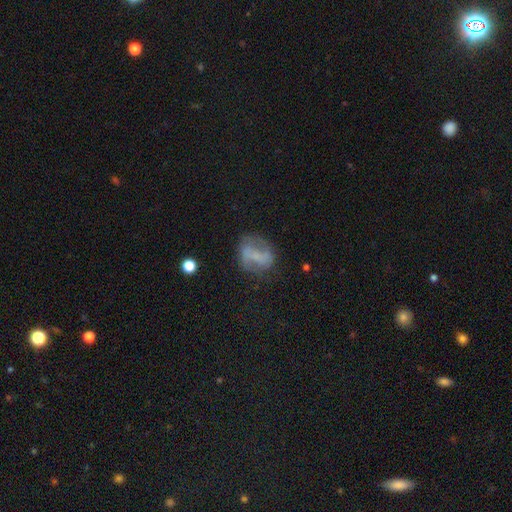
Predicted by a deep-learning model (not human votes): smooth-or-featured: featured or disk: 52% | smooth: 37% | star or artifact: 11%
  disk-edge-on: no: 96% | yes: 4%
    bar: no: 42% | weak: 30% | strong: 27%
    has-spiral-arms: yes: 56% | no: 44%
    bulge-size: none: 59% | small: 24% | moderate: 11% | large: 4% | dominant: 2%
  merging: none: 57% | minor disturbance: 23% | major disturbance: 16% | merger: 4%